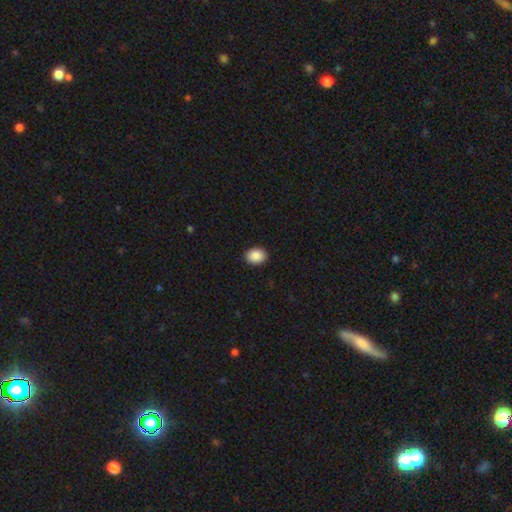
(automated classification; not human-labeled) Overall: smooth (90%). How rounded: in between (59%; round 41%). Merging: none (91%).